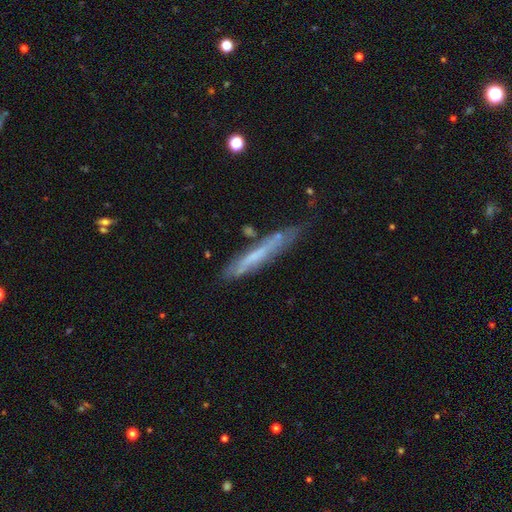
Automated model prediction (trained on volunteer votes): This appears to be a featured or disk galaxy (48%). Merging: none (61%).